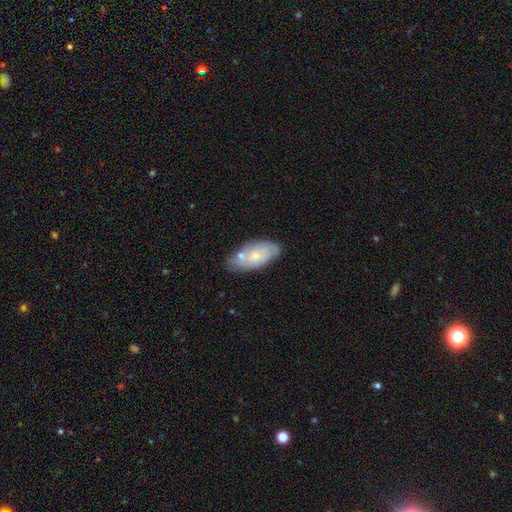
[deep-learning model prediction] The model was most divided on "smooth or featured": smooth: 53%, featured or disk: 40%, star or artifact: 7%. More confident: how rounded — in between (92%); merging — none (61%).